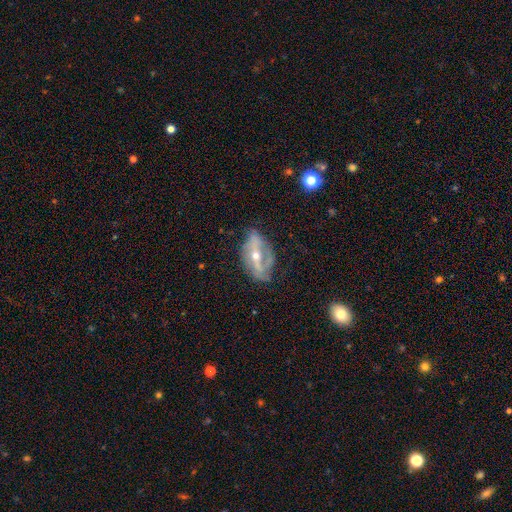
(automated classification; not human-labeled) featured or disk 76%, smooth 17%, star or artifact 8%. Down the decision tree: edge-on disk — no (89%); bar — strong (46%); spiral arms — yes (67%); bulge size — moderate (53%); merging — none (56%).